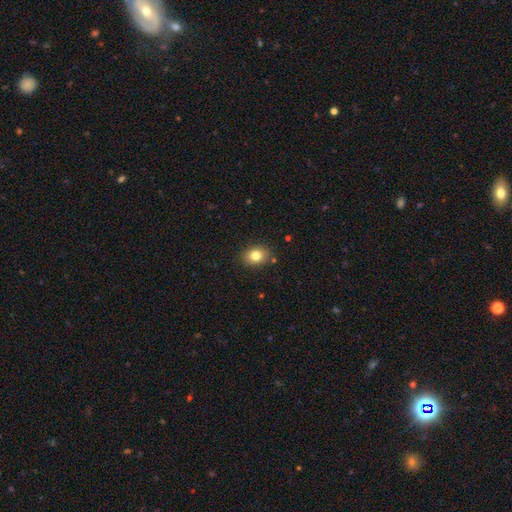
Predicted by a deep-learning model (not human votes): Morphology: type=smooth (80%); roundness=round (52%); merging=none (87%).